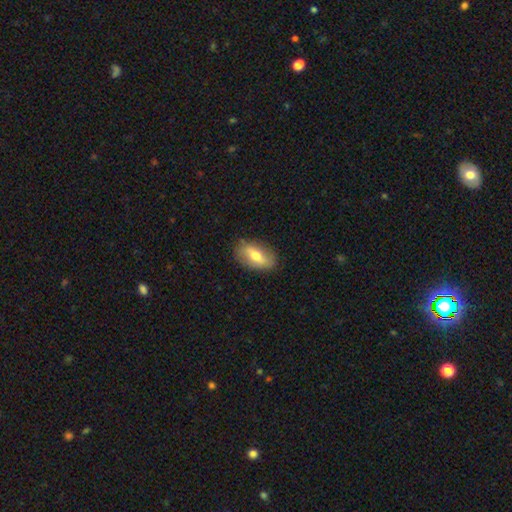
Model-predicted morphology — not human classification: smooth-or-featured: smooth: 57% | featured or disk: 36% | star or artifact: 7%
  how-rounded: in between: 87% | round: 8% | cigar-shaped: 6%
  merging: none: 84% | minor disturbance: 12% | major disturbance: 3% | merger: 1%